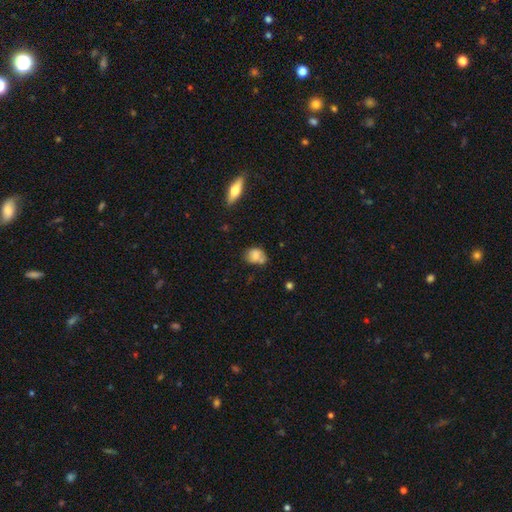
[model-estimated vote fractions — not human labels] Smooth or featured? smooth (74%)
How rounded? in between (59%)
Merging? none (46%)